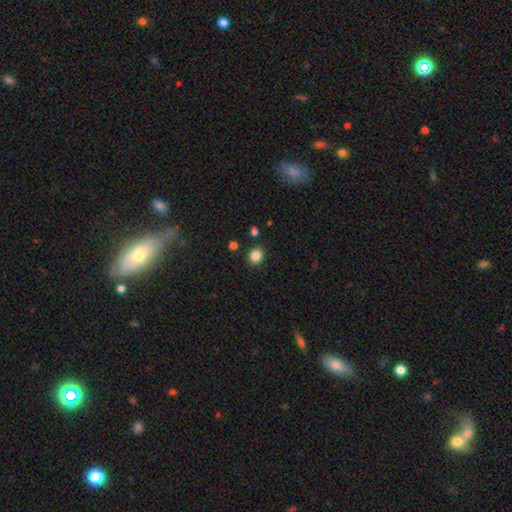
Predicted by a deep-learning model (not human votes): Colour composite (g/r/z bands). It shows a smooth galaxy with no disk features (85%) that is round (71%). Merging: none (87%).